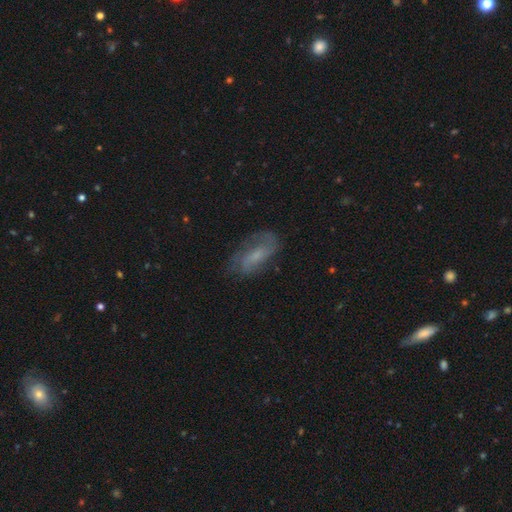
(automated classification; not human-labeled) This appears to be a featured or disk galaxy (61%) with no bar (47%), spiral arms (84%) and a small central bulge (46%). Merging: none (66%).